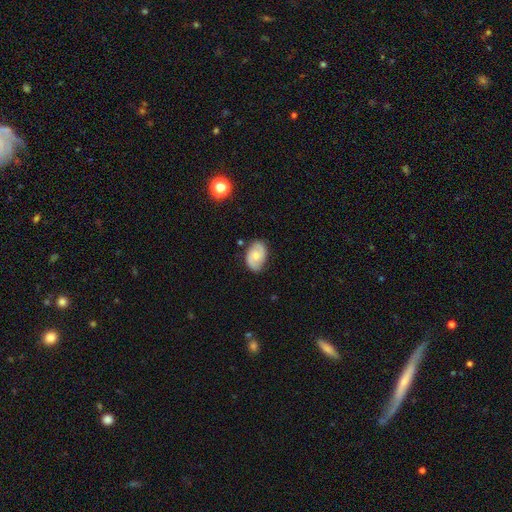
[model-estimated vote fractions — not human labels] featured or disk 61%, smooth 32%, star or artifact 7%. Down the decision tree: edge-on disk — no (96%); bar — no (65%); spiral arms — yes (88%); spiral arm count — 2 (85%); spiral winding — medium (45%); bulge size — moderate (48%); merging — none (78%).